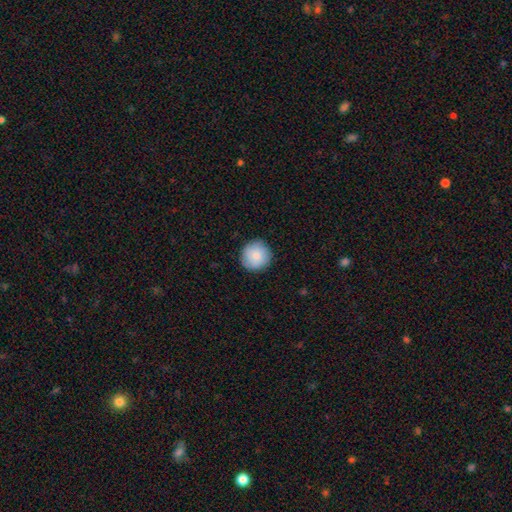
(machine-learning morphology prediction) Smooth or featured? smooth (84%)
How rounded? round (94%)
Merging? none (88%)